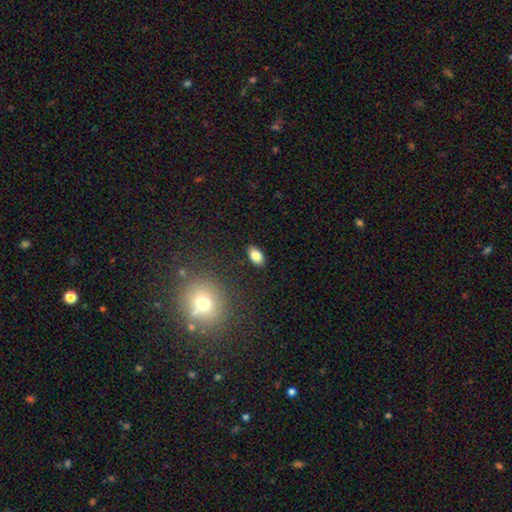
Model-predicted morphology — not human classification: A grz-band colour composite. It shows a smooth galaxy with no disk features (82%) that is in between round and cigar-shaped (90%). Merging: none (88%).